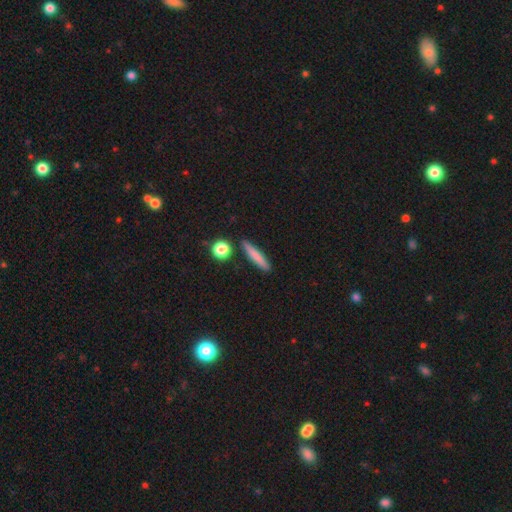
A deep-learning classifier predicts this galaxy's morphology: The model was most divided on "smooth or featured": smooth: 76%, featured or disk: 17%, star or artifact: 7%. More confident: how rounded — cigar-shaped (88%); merging — none (87%).